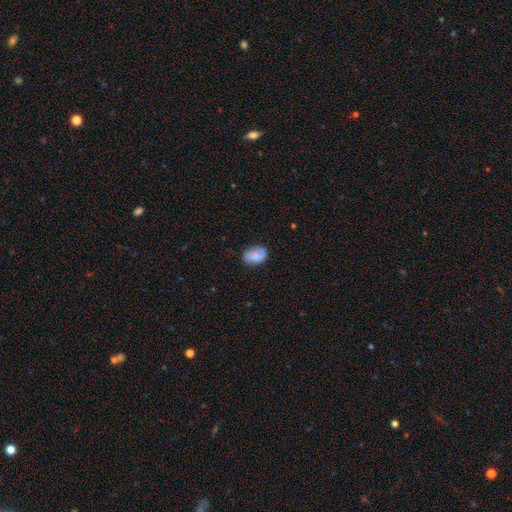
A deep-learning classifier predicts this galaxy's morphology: A smooth galaxy with no disk features (74%) that is in between round and cigar-shaped (84%).

Vote fractions:
- Smooth or featured? smooth: 74% / featured or disk: 18% / star or artifact: 8%
- How rounded? in between: 84% / round: 15% / cigar-shaped: 1%
- Merging? none: 75% / minor disturbance: 19% / major disturbance: 4% / merger: 1%